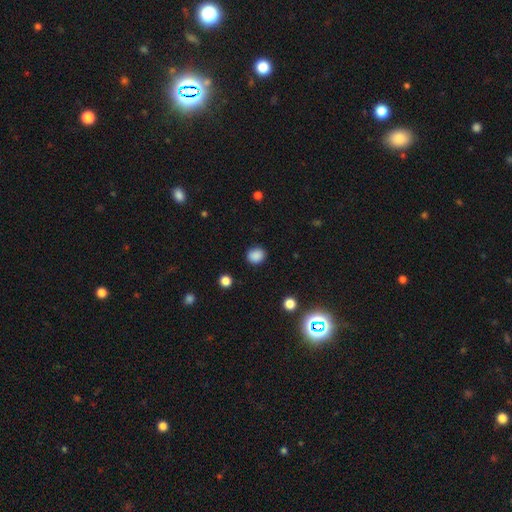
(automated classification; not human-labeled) This is clearly a smooth galaxy (87%). How rounded: likely round (73%). Merging: clearly none (88%).